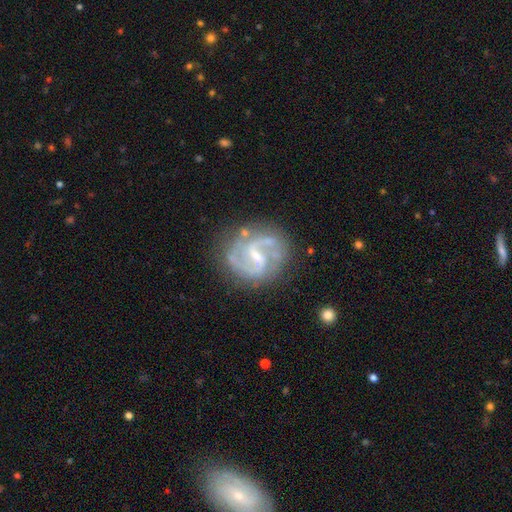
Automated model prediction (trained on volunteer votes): Smooth or featured? featured or disk (89%)
Edge-on disk? no (98%)
Bar? weak (55%)
Spiral arms? yes (97%)
Spiral winding? medium (58%)
Spiral arm count? 2 (87%)
Bulge size? small (61%)
Merging? none (74%)